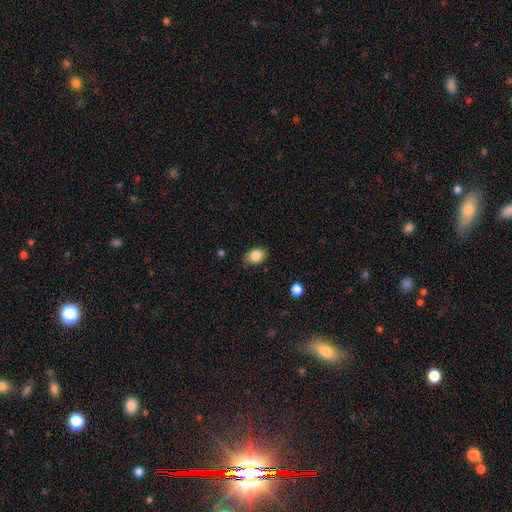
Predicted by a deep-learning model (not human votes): smooth_or_featured: smooth (p=0.86) [alt: star or artifact p=0.08]
how_rounded: in between (p=0.77) [alt: round p=0.22]
merging: none (p=0.80) [alt: minor disturbance p=0.15]